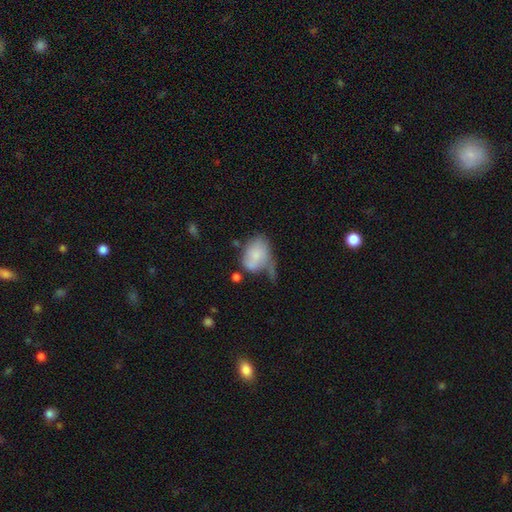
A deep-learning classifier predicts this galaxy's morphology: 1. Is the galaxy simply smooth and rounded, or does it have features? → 72% smooth, 21% featured or disk, 7% star or artifact.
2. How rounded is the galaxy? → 77% in between, 22% round, 1% cigar-shaped.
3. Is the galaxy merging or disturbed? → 31% major disturbance, 27% minor disturbance, 25% none, 17% merger.